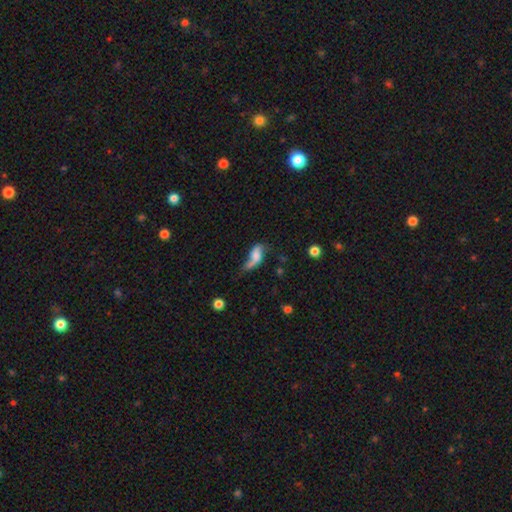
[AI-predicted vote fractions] A smooth galaxy with no disk features (45%, tied with featured or disk). Merging: major disturbance (32%).